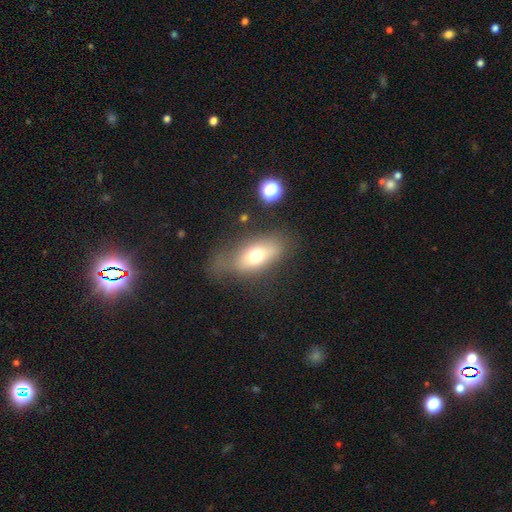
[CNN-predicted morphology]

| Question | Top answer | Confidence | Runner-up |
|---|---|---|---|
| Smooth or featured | smooth | 68% | featured or disk (22%) |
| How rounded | in between | 83% | round (9%) |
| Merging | none | 52% | minor disturbance (25%) |